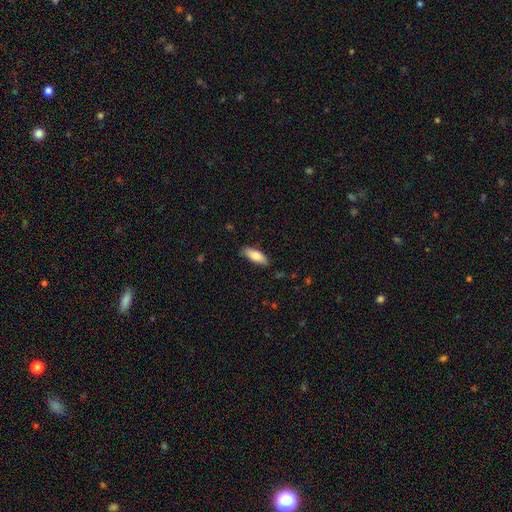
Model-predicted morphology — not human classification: type=smooth (81%); roundness=in between (67%); merging=none (82%).